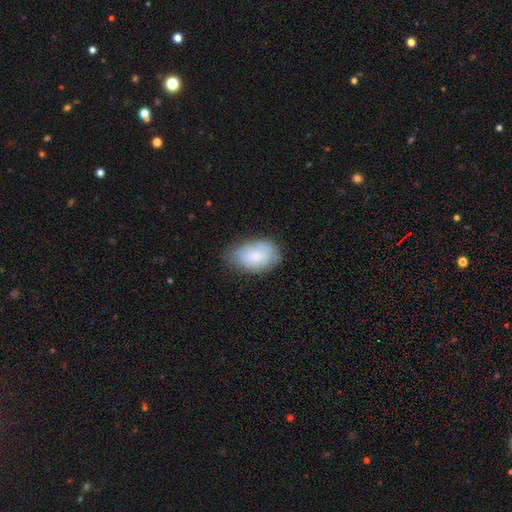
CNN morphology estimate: This is likely a smooth galaxy (68%). How rounded: clearly in between (89%). Merging: likely none (61%).